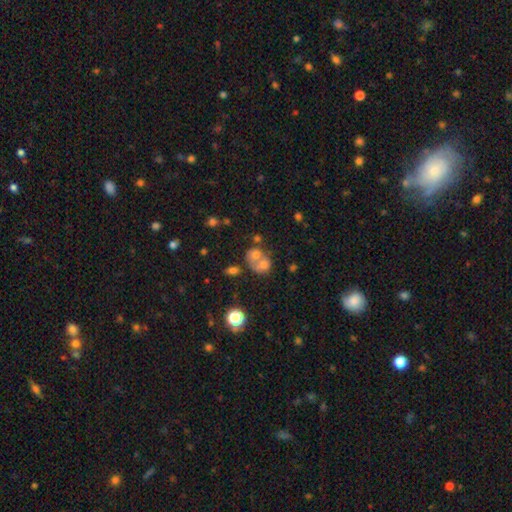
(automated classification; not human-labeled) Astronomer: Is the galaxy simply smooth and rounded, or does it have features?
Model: smooth — 58%.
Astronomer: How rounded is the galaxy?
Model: round — 61% (runner-up: in between, 38%).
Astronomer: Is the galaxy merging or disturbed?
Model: merger — 61%.